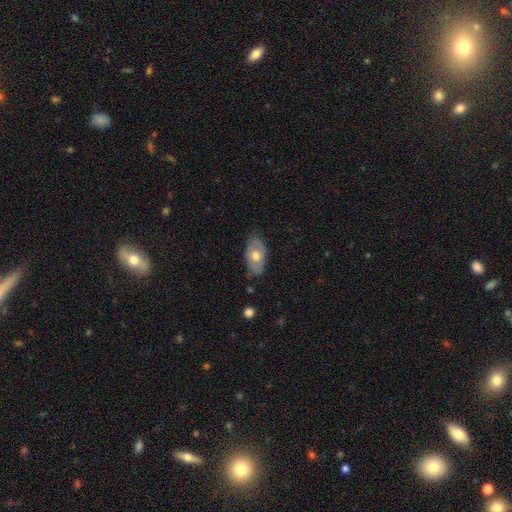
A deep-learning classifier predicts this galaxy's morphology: A smooth galaxy with no disk features (60%) that is in between round and cigar-shaped (92%). Merging: none (69%).